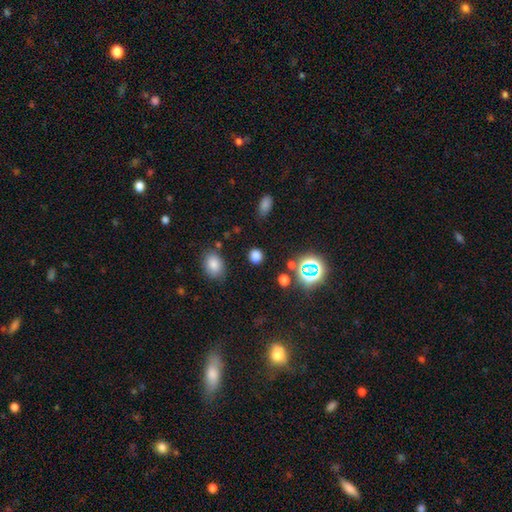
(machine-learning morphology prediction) Smooth or featured? Predicted: smooth (p=0.73). How rounded? Predicted: round (p=0.75). Merging? Predicted: none (p=0.83).